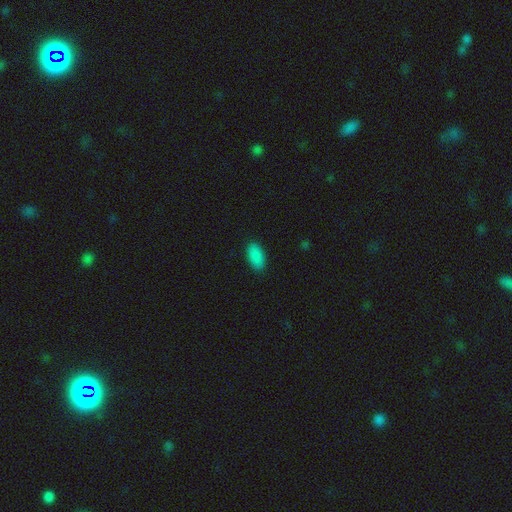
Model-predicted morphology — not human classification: Overall: smooth (89%). How rounded: in between (93%). Merging: none (88%).